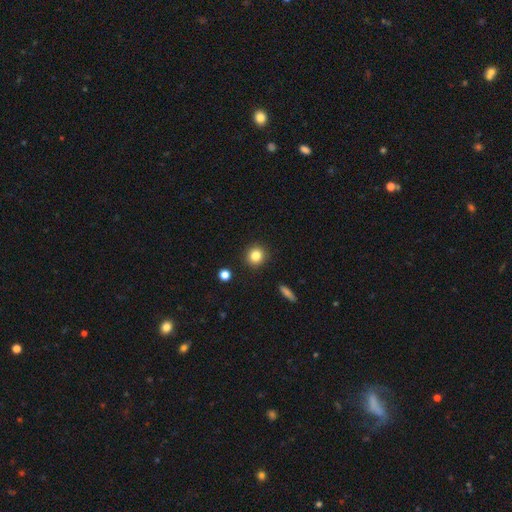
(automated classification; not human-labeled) smooth 83%, star or artifact 11%, featured or disk 6%. Down the decision tree: how rounded — round (90%); merging — none (91%).